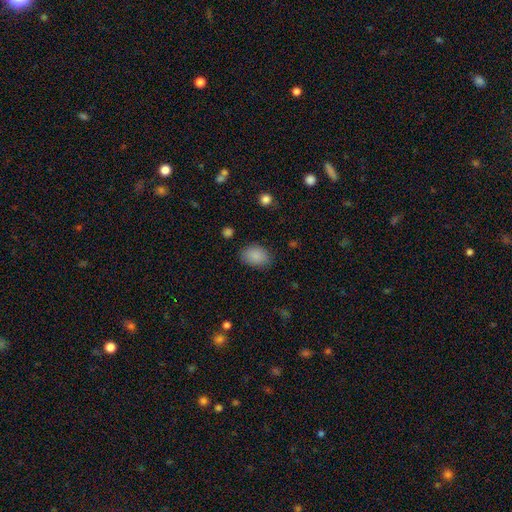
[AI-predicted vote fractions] Smooth or featured?
  - smooth: 88% *
  - star or artifact: 8%
  - featured or disk: 4%
How rounded?
  - in between: 81% *
  - round: 18%
  - cigar-shaped: 1%
Merging?
  - none: 82% *
  - minor disturbance: 14%
  - major disturbance: 4%
  - merger: 1%